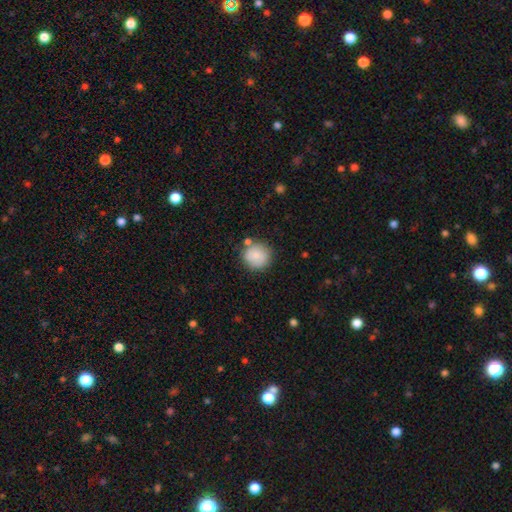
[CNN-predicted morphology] Smooth or featured: smooth — 79% (featured or disk — 13%)
How rounded: round — 91% (in between — 8%)
Merging: none — 75% (minor disturbance — 14%)